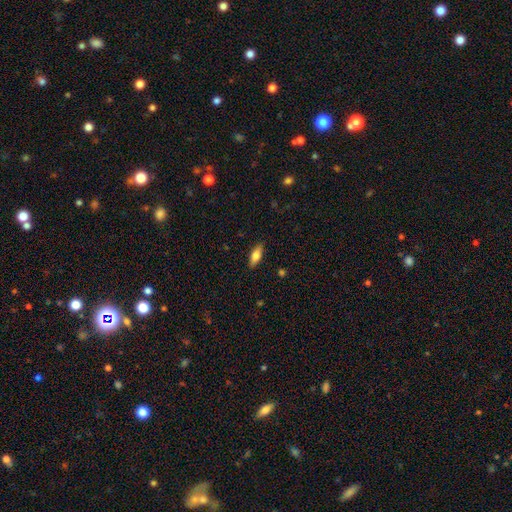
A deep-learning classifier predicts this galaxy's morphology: Smooth or featured? smooth (69%)
How rounded? in between (71%)
Merging? none (88%)